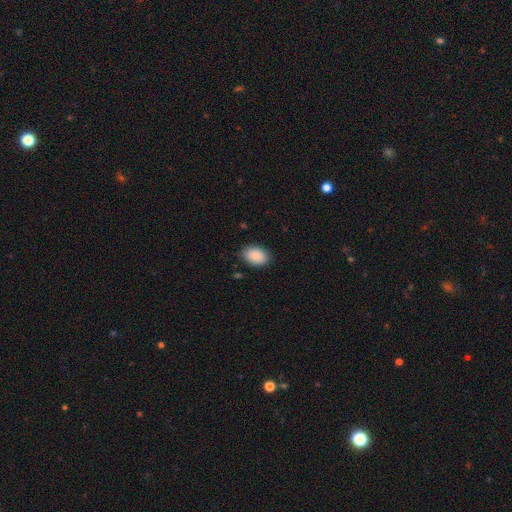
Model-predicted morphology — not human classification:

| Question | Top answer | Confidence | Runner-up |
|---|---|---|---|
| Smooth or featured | smooth | 90% | star or artifact (7%) |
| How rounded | in between | 86% | round (13%) |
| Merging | none | 85% | minor disturbance (11%) |